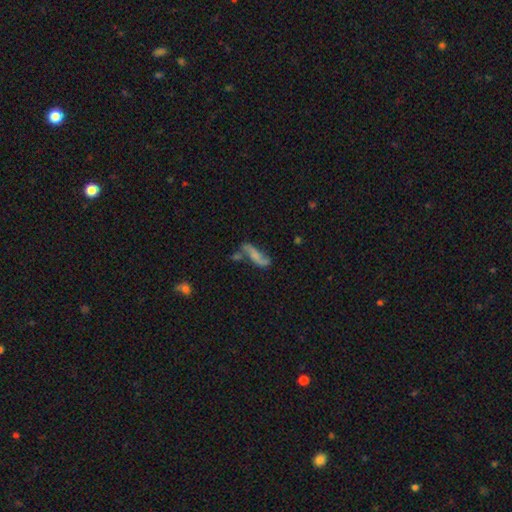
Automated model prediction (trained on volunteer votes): Morphology: type=featured or disk (51%); edge-on=no (84%); merging=none (44%).